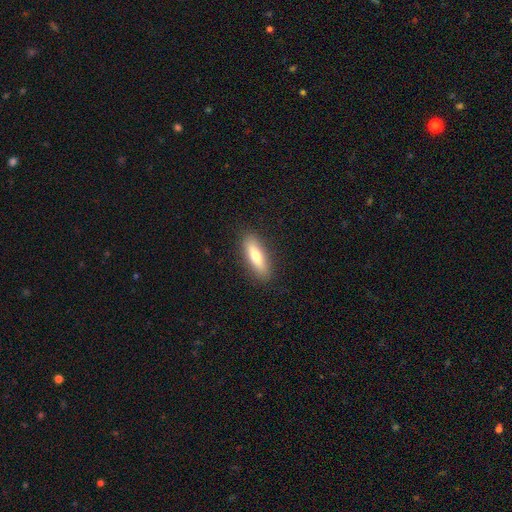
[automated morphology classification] Smooth or featured?
  - smooth: 71% *
  - featured or disk: 23%
  - star or artifact: 6%
How rounded?
  - cigar-shaped: 53% *
  - in between: 45%
  - round: 2%
Merging?
  - none: 89% *
  - minor disturbance: 8%
  - major disturbance: 2%
  - merger: 1%